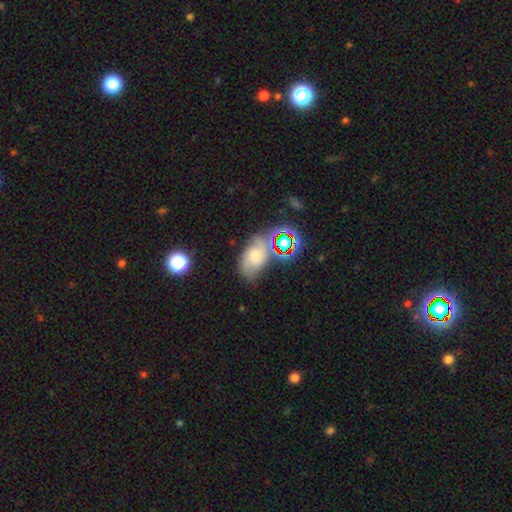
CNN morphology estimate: Overall: smooth (42%; featured or disk 33%). Merging: none (51%; minor disturbance 25%).